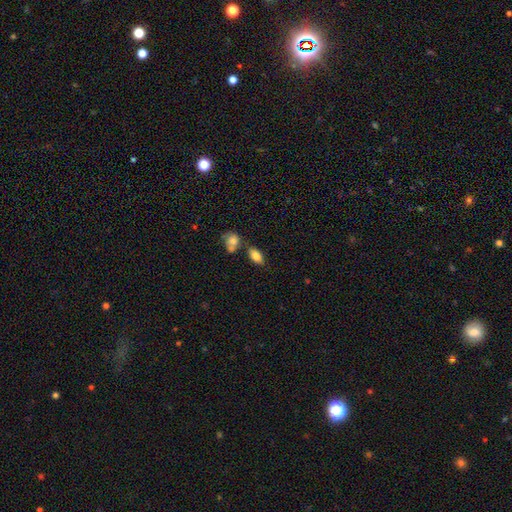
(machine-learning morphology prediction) This appears to be a smooth galaxy with no disk features (82%) that is in between round and cigar-shaped (89%). Merging: none (68%).